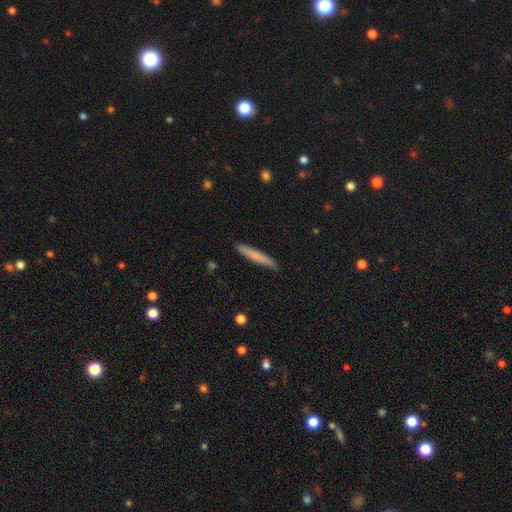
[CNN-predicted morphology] Q: Smooth or featured?
A: smooth (73%); runner-up: featured or disk (22%)
Q: How rounded?
A: cigar-shaped (95%); runner-up: in between (3%)
Q: Merging?
A: none (89%); runner-up: minor disturbance (8%)